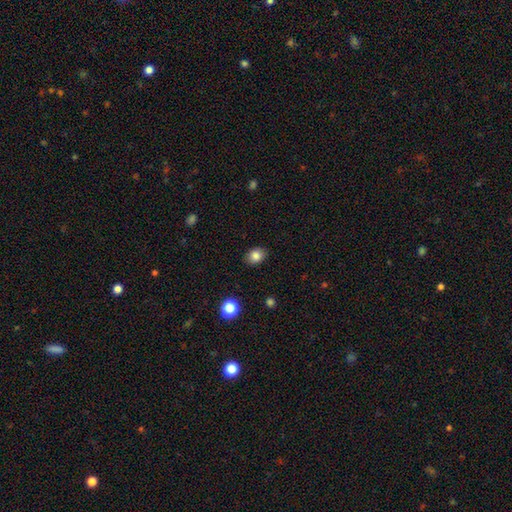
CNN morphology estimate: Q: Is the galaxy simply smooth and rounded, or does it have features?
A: smooth — 83%.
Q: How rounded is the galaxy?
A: in between — 63%.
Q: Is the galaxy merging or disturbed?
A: none — 86%.